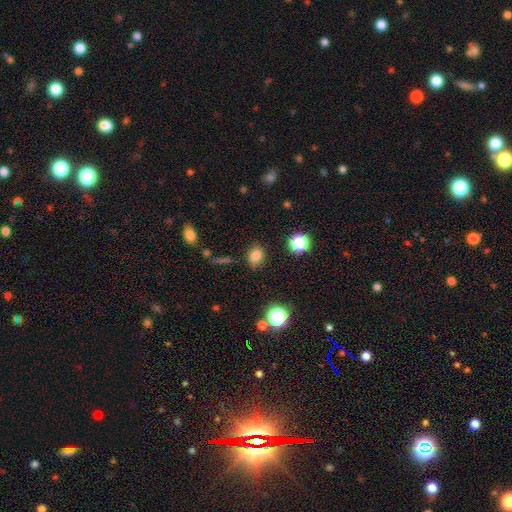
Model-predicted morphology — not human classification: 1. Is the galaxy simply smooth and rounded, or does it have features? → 79% smooth, 15% star or artifact, 6% featured or disk.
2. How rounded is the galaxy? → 53% round, 46% in between, 1% cigar-shaped.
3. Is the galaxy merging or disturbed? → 83% none, 12% minor disturbance, 3% major disturbance, 2% merger.